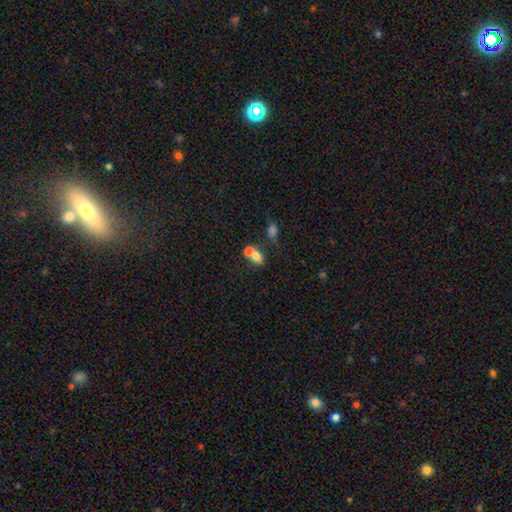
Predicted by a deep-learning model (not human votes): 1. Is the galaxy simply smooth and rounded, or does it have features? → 71% smooth, 17% featured or disk, 11% star or artifact.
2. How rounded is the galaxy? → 69% in between, 29% round, 2% cigar-shaped.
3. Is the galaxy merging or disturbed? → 60% merger, 28% none, 8% minor disturbance, 5% major disturbance.